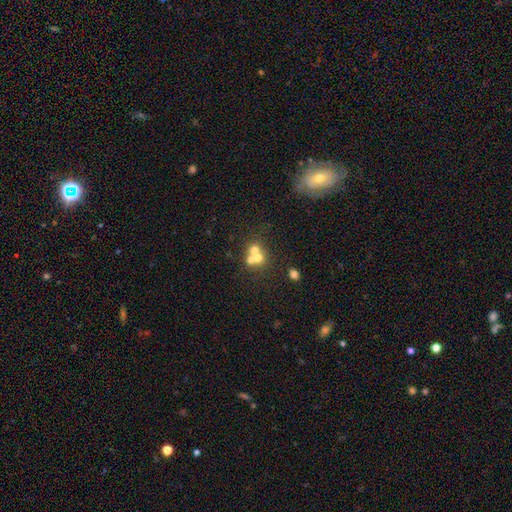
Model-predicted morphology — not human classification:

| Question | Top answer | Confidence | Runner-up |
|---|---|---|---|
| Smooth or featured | smooth | 57% | featured or disk (27%) |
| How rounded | round | 82% | in between (17%) |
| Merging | merger | 59% | none (32%) |